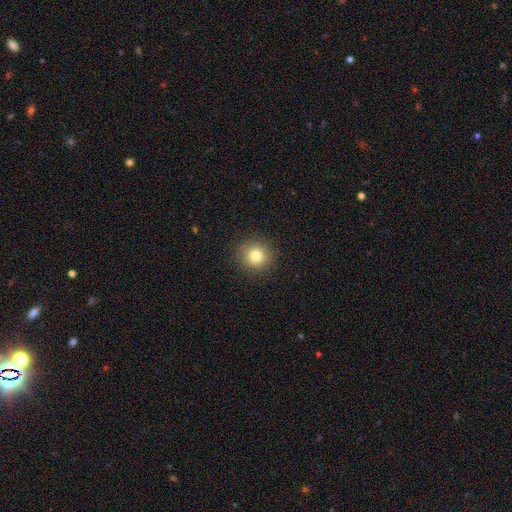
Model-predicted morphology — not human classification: This is likely a smooth galaxy (79%). How rounded: clearly round (92%). Merging: clearly none (90%).